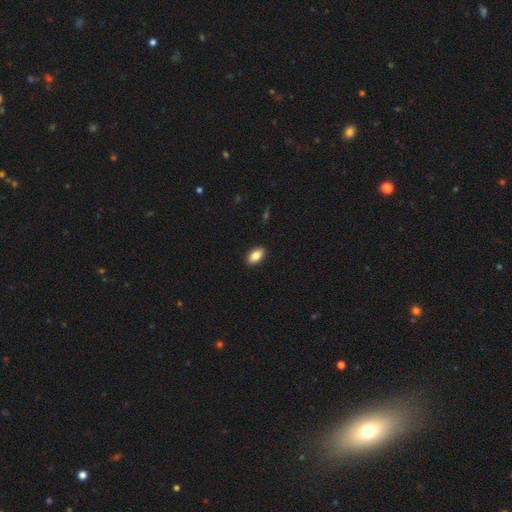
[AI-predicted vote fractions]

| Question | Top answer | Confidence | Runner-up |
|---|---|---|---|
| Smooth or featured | smooth | 84% | featured or disk (8%) |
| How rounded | in between | 91% | round (5%) |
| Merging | none | 90% | minor disturbance (7%) |